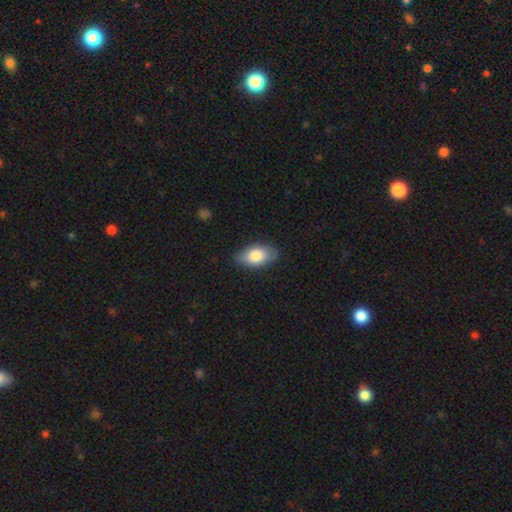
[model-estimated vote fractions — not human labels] Q: Smooth or featured?
A: smooth (78%); runner-up: featured or disk (16%)
Q: How rounded?
A: in between (92%); runner-up: round (5%)
Q: Merging?
A: none (80%); runner-up: minor disturbance (16%)